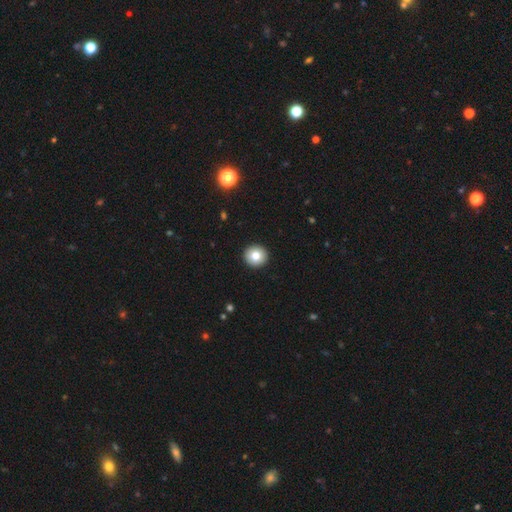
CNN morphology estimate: smooth_or_featured: smooth (p=0.79) [alt: featured or disk p=0.11]
how_rounded: round (p=0.95) [alt: in between p=0.04]
merging: none (p=0.94) [alt: minor disturbance p=0.04]